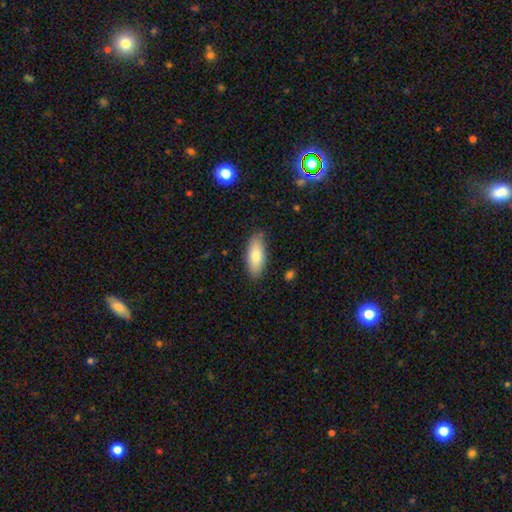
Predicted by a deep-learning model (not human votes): Smooth or featured?
  - smooth: 82% *
  - featured or disk: 12%
  - star or artifact: 6%
How rounded?
  - in between: 79% *
  - cigar-shaped: 19%
  - round: 2%
Merging?
  - none: 84% *
  - minor disturbance: 12%
  - major disturbance: 2%
  - merger: 1%